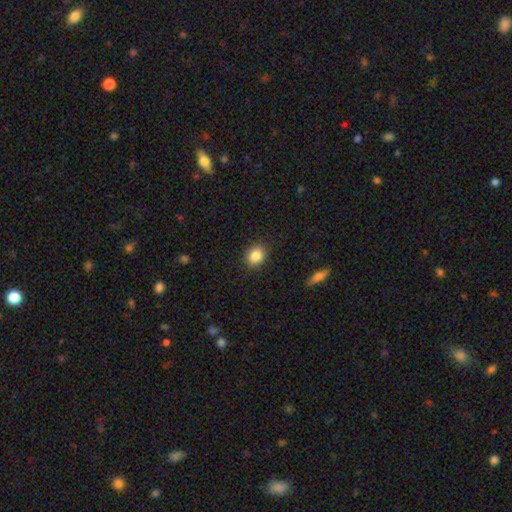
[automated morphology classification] Smooth or featured? smooth (86%)
How rounded? round (57%)
Merging? none (88%)